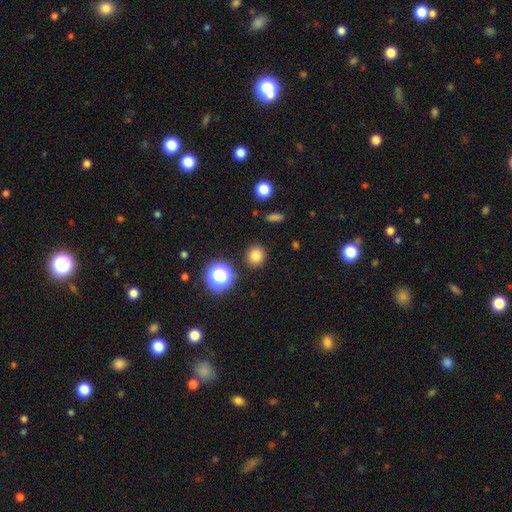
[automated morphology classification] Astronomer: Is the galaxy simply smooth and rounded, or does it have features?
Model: smooth — 80%.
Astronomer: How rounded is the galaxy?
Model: round — 86%.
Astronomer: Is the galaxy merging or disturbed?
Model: none — 89%.